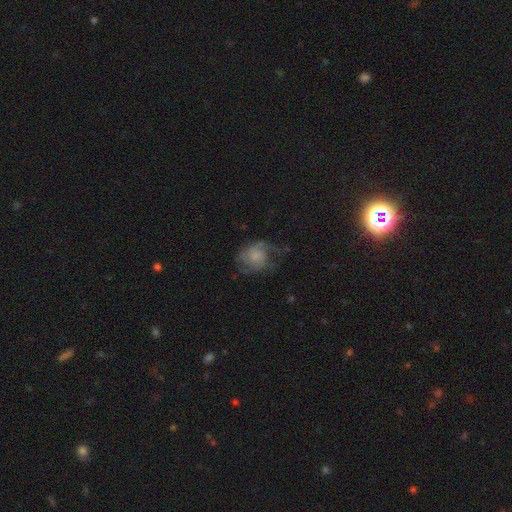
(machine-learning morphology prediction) A featured or disk galaxy (63%) with no bar (76%), 2 (39%) medium (44%) spiral arms (87%) and a small central bulge (32%).

Vote fractions:
- Smooth or featured? featured or disk: 63% / smooth: 29% / star or artifact: 8%
- Edge-on disk? no: 98% / yes: 2%
- Bar? no: 76% / weak: 22% / strong: 3%
- Spiral arms? yes: 87% / no: 13%
- Spiral winding? medium: 44% / loose: 29% / tight: 27%
- Spiral arm count? 2: 39% / can't tell: 24% / 3: 16% / 1: 13% / 4: 5% / more than 4: 4%
- Bulge size? small: 32% / none: 29% / moderate: 24% / large: 12% / dominant: 3%
- Merging? none: 47% / major disturbance: 28% / minor disturbance: 23% / merger: 2%